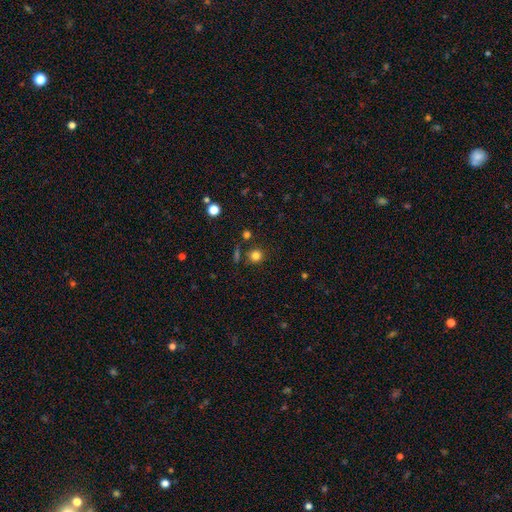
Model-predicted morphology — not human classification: type=smooth (80%); roundness=round (91%); merging=none (82%).